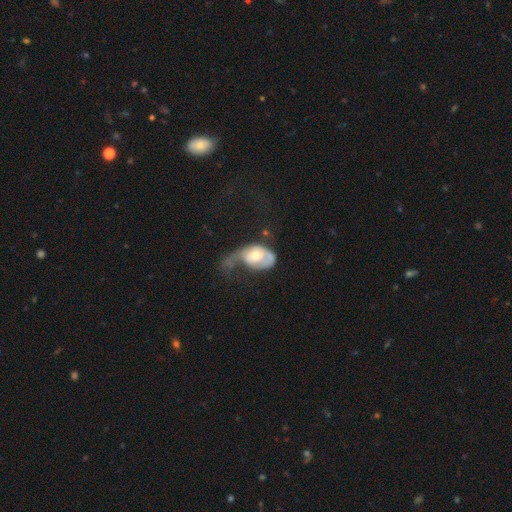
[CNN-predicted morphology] A smooth galaxy with no disk features (48%). Merging: major disturbance (60%).